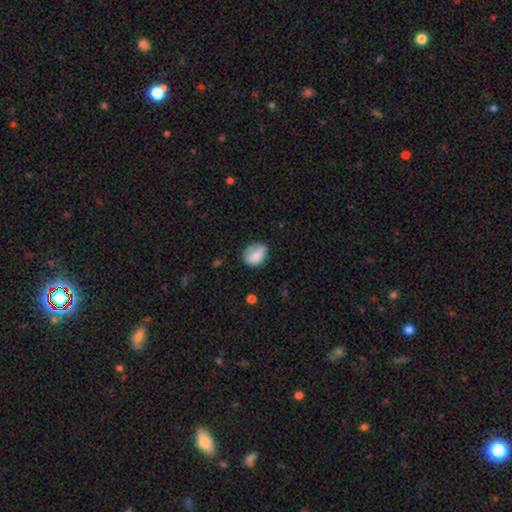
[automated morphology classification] A smooth galaxy with no disk features (80%) that is in between round and cigar-shaped (54%).

Vote fractions:
- Smooth or featured? smooth: 80% / featured or disk: 11% / star or artifact: 8%
- How rounded? in between: 54% / round: 44% / cigar-shaped: 1%
- Merging? none: 59% / minor disturbance: 29% / major disturbance: 9% / merger: 3%